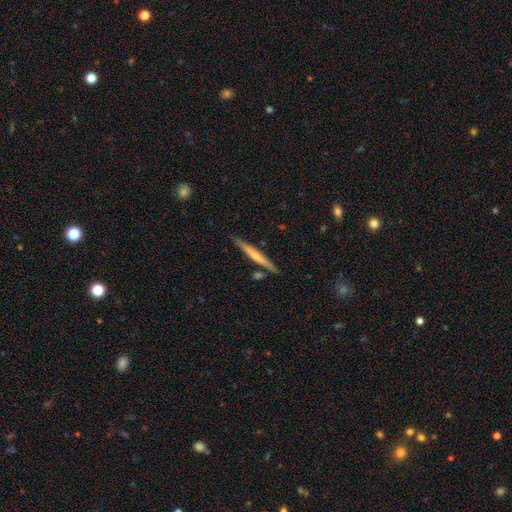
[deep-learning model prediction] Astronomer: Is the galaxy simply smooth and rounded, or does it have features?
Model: featured or disk — 48% (runner-up: smooth, 47%).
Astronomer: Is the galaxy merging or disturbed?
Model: none — 84%.